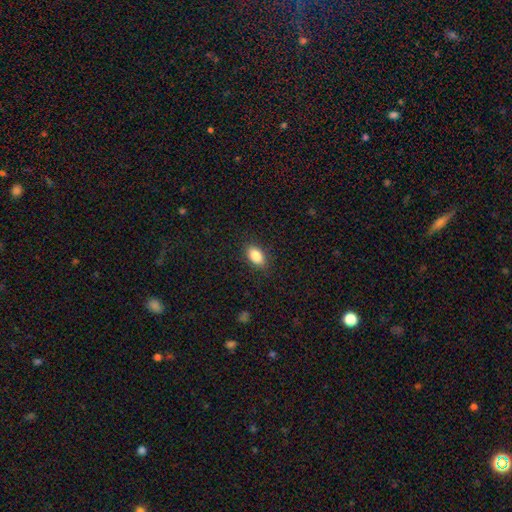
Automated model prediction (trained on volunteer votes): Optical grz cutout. It shows a smooth galaxy with no disk features (86%) that is in between round and cigar-shaped (90%). Merging: none (87%).